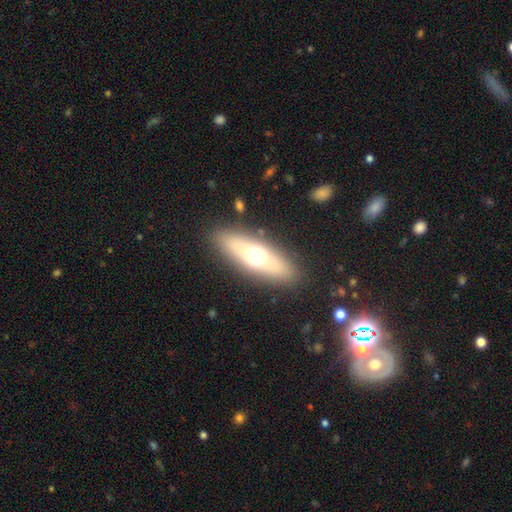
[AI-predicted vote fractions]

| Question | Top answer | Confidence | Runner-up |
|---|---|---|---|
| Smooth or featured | smooth | 53% | featured or disk (38%) |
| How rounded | in between | 53% | cigar-shaped (42%) |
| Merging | none | 87% | minor disturbance (8%) |